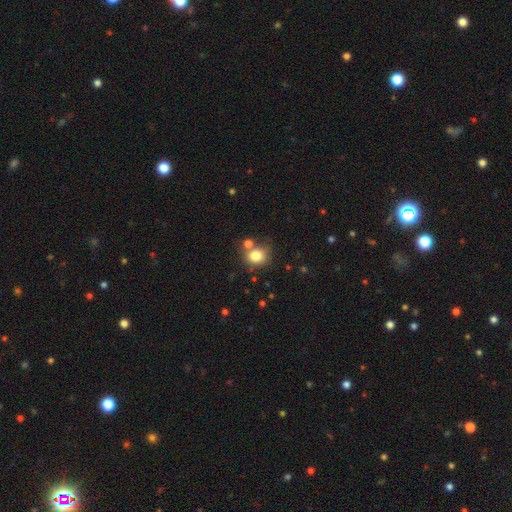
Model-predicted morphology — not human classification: Smooth or featured: smooth — 80% (star or artifact — 11%)
How rounded: round — 73% (in between — 26%)
Merging: none — 61% (merger — 21%)